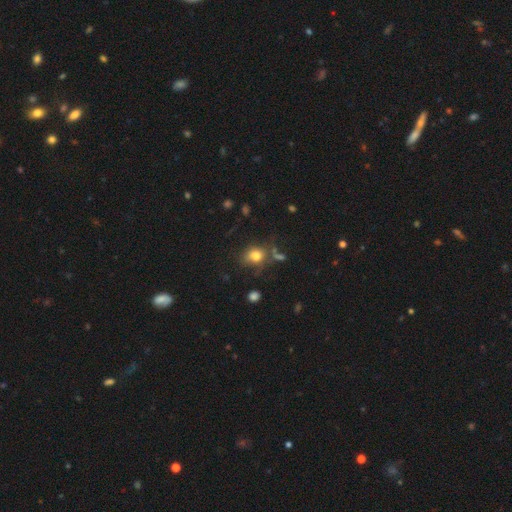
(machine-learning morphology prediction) This is likely a smooth galaxy (78%). How rounded: possibly round (59%). Merging: likely none (65%).